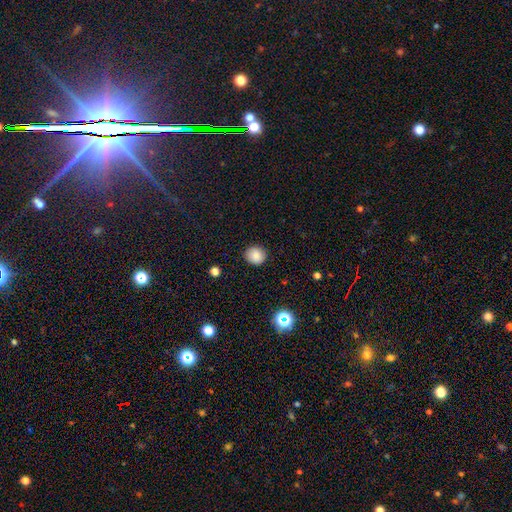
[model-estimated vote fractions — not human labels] Smooth or featured? Predicted: smooth (p=0.86). How rounded? Predicted: round (p=0.85). Merging? Predicted: none (p=0.88).